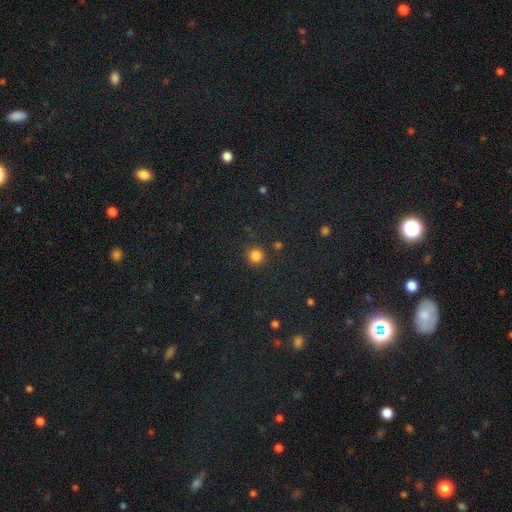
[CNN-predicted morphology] Smooth or featured?
  - smooth: 83% *
  - star or artifact: 13%
  - featured or disk: 3%
How rounded?
  - round: 93% *
  - in between: 6%
  - cigar-shaped: 1%
Merging?
  - none: 88% *
  - minor disturbance: 7%
  - major disturbance: 3%
  - merger: 2%